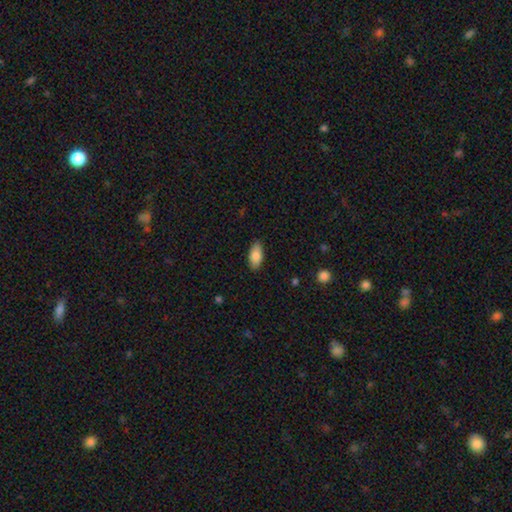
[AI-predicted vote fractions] Smooth or featured? smooth (83%)
How rounded? in between (90%)
Merging? none (87%)